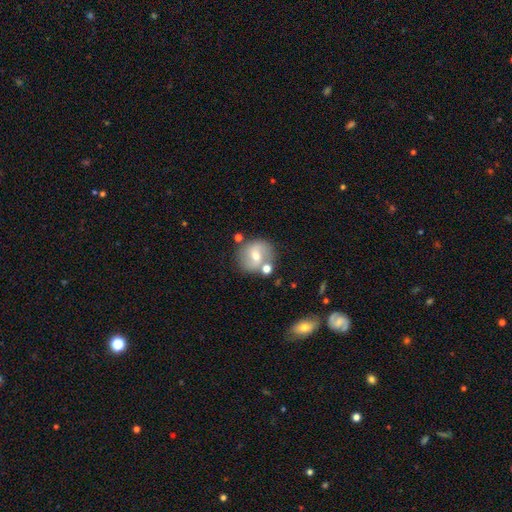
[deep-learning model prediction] Smooth or featured? Predicted: featured or disk (p=0.46). Merging? Predicted: none (p=0.71).